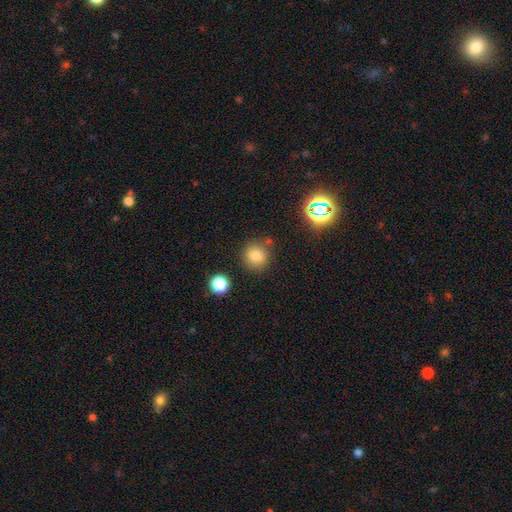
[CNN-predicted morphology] Q: Smooth or featured?
A: smooth (78%); runner-up: star or artifact (14%)
Q: How rounded?
A: round (86%); runner-up: in between (13%)
Q: Merging?
A: none (78%); runner-up: minor disturbance (12%)